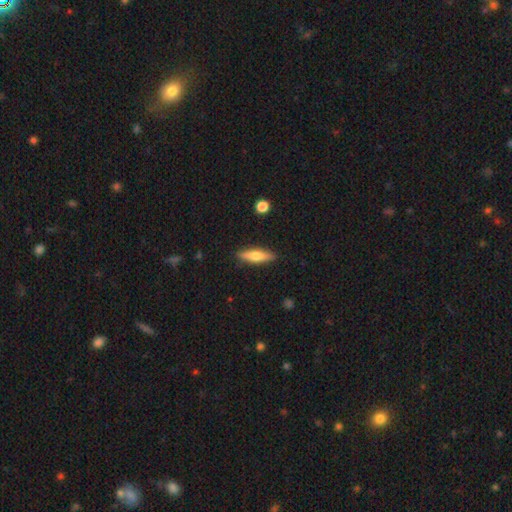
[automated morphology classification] smooth_or_featured: smooth (p=0.57) [alt: featured or disk p=0.37]
how_rounded: cigar-shaped (p=0.73) [alt: in between p=0.25]
merging: none (p=0.89) [alt: minor disturbance p=0.08]